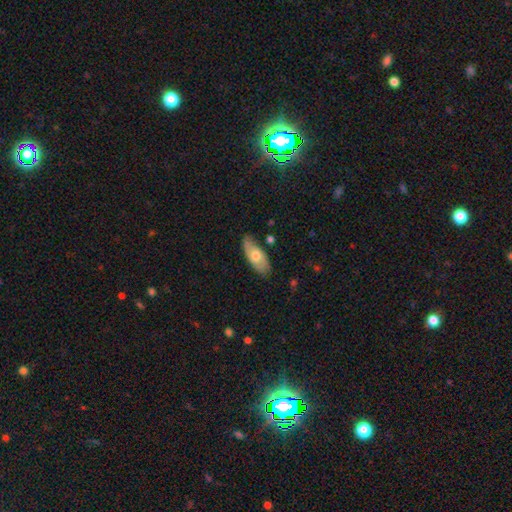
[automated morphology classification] Smooth or featured? smooth (59%)
How rounded? in between (85%)
Merging? none (76%)